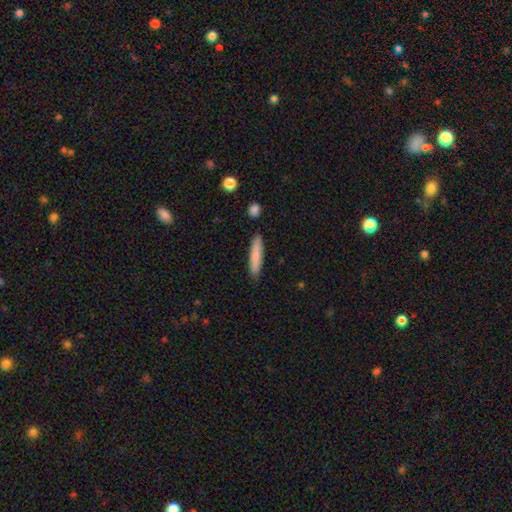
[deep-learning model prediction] Overall: smooth (81%). How rounded: cigar-shaped (88%). Merging: none (88%).